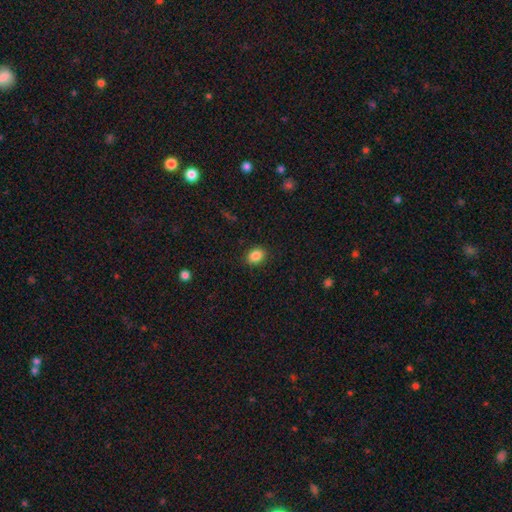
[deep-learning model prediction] Smooth or featured? smooth (86%)
How rounded? in between (59%)
Merging? none (89%)